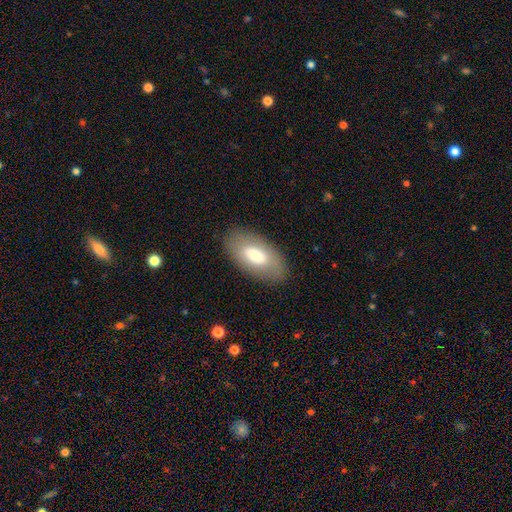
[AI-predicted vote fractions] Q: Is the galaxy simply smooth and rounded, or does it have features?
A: smooth — 70%.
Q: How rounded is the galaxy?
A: in between — 93%.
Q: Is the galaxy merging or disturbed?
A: none — 84%.